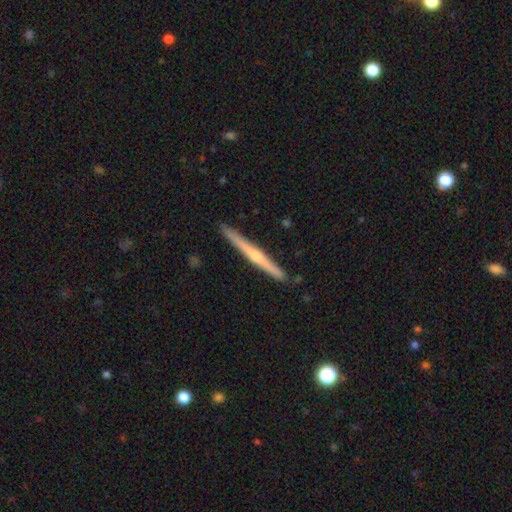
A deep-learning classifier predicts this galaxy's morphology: A featured or disk galaxy (73%) viewed edge-on (98%) with a rounded central bulge (75%).

Vote fractions:
- Smooth or featured? featured or disk: 73% / smooth: 22% / star or artifact: 6%
- Edge-on disk? yes: 98% / no: 2%
- Edge-on bulge? rounded: 75% / none: 21% / boxy: 4%
- Merging? none: 91% / minor disturbance: 7% / merger: 1% / major disturbance: 1%